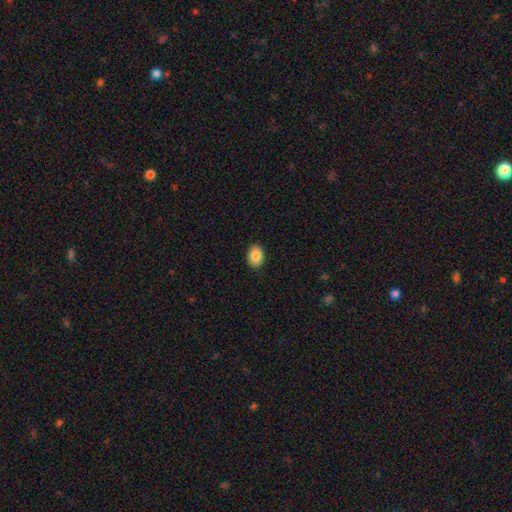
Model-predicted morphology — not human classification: The model was most divided on "how rounded": in between: 73%, round: 26%, cigar-shaped: 1%. More confident: merging — none (89%); smooth or featured — smooth (88%).